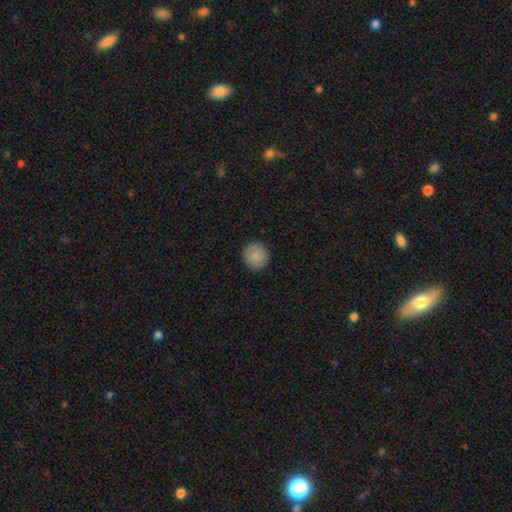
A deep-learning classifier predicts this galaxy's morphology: smooth_or_featured: smooth (p=0.88) [alt: star or artifact p=0.07]
how_rounded: round (p=0.93) [alt: in between p=0.06]
merging: none (p=0.90) [alt: minor disturbance p=0.07]